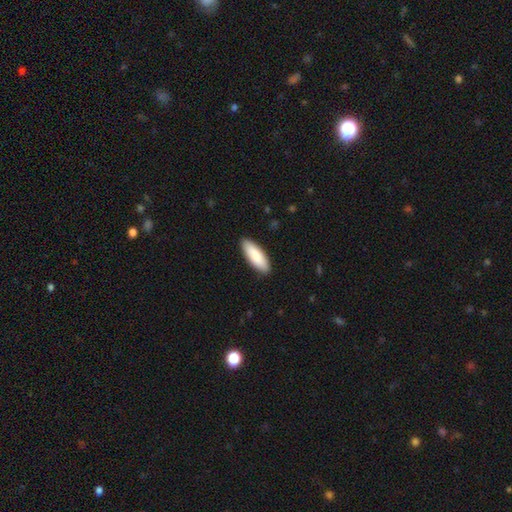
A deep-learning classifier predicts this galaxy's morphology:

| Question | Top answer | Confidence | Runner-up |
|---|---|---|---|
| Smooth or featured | smooth | 87% | featured or disk (8%) |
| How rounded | in between | 65% | cigar-shaped (33%) |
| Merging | none | 90% | minor disturbance (8%) |